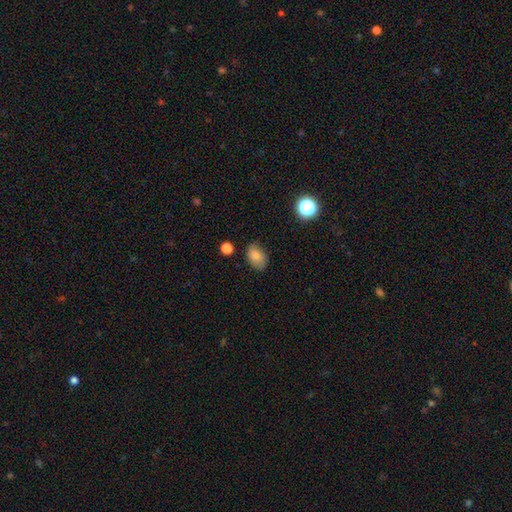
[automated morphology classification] Smooth or featured? smooth (80%)
How rounded? in between (82%)
Merging? none (70%)